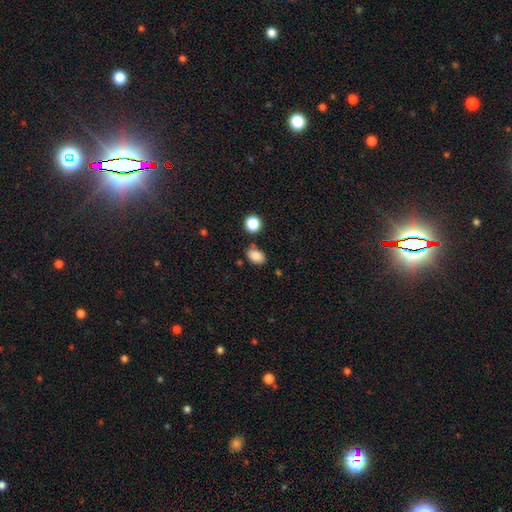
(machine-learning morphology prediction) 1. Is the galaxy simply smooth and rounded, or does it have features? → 86% smooth, 10% star or artifact, 4% featured or disk.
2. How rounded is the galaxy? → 84% in between, 15% round, 1% cigar-shaped.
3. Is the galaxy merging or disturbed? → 78% none, 13% minor disturbance, 6% merger, 3% major disturbance.